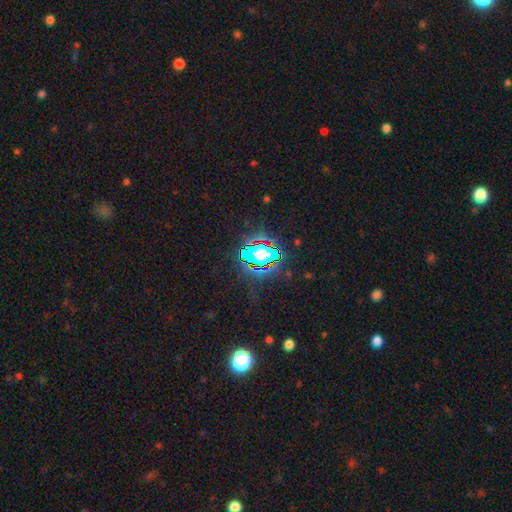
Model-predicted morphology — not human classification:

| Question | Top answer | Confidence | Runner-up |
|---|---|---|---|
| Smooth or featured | star or artifact | 81% | smooth (11%) |